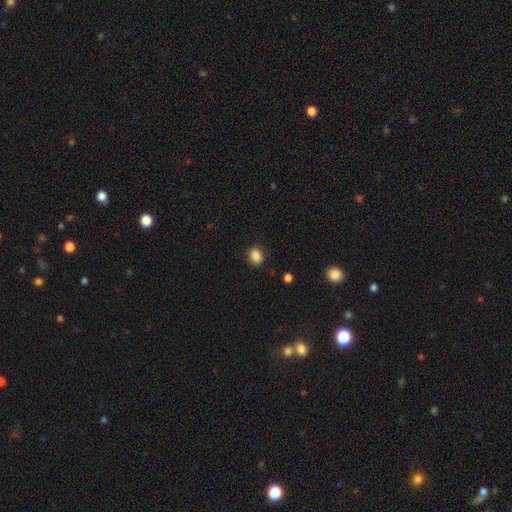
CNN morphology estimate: This appears to be a smooth galaxy with no disk features (87%) that is in between round and cigar-shaped (52%). Merging: none (87%).